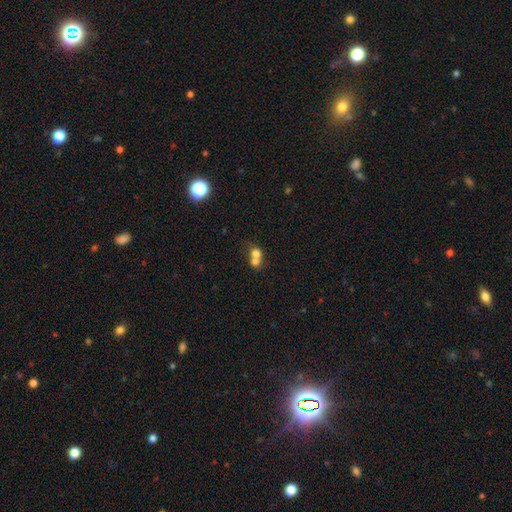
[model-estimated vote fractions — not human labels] The model was most divided on "how rounded": round: 72%, in between: 27%, cigar-shaped: 1%. More confident: smooth or featured — smooth (72%); merging — merger (71%).